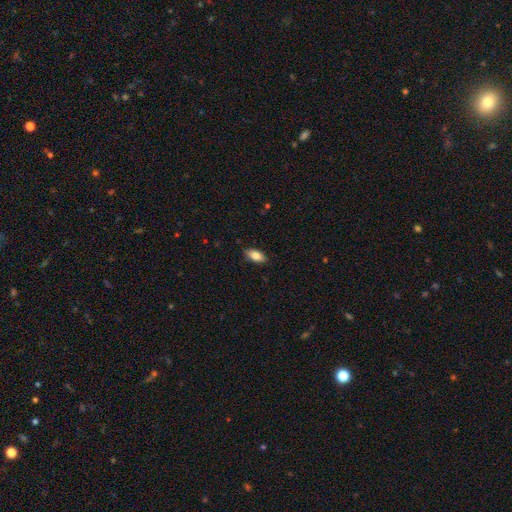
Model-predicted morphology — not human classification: The model was most divided on "smooth or featured": smooth: 79%, featured or disk: 14%, star or artifact: 7%. More confident: how rounded — in between (88%); merging — none (85%).